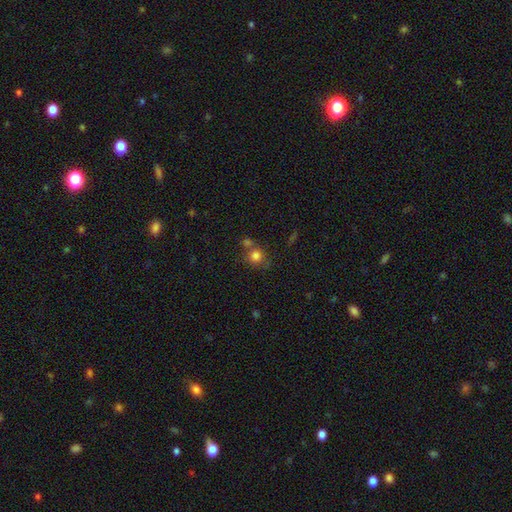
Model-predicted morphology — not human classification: Q: Smooth or featured?
A: smooth (79%); runner-up: star or artifact (12%)
Q: How rounded?
A: round (85%); runner-up: in between (14%)
Q: Merging?
A: none (59%); runner-up: merger (22%)